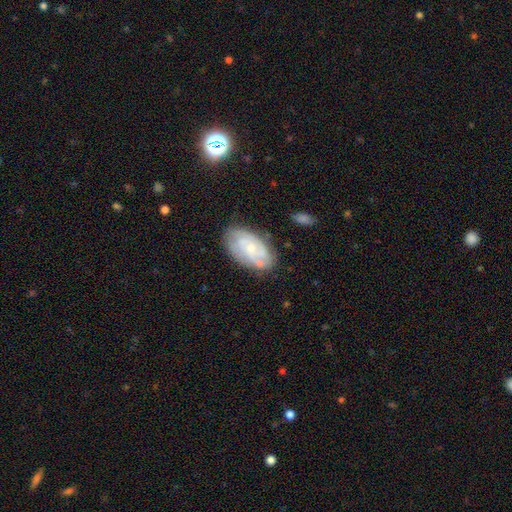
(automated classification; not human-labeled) Smooth or featured? Predicted: featured or disk (p=0.64). Edge-on disk? Predicted: no (p=0.96). Bar? Predicted: no (p=0.74). Spiral arms? Predicted: yes (p=0.79). Bulge size? Predicted: small (p=0.56). Merging? Predicted: none (p=0.69).